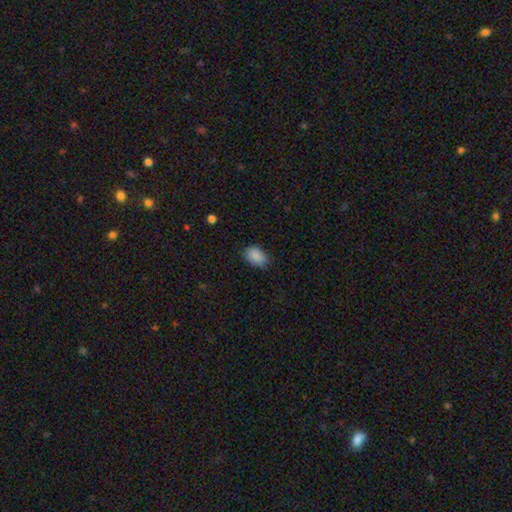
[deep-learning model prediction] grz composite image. It shows a smooth galaxy with no disk features (88%) that is in between round and cigar-shaped (85%). Merging: none (82%).